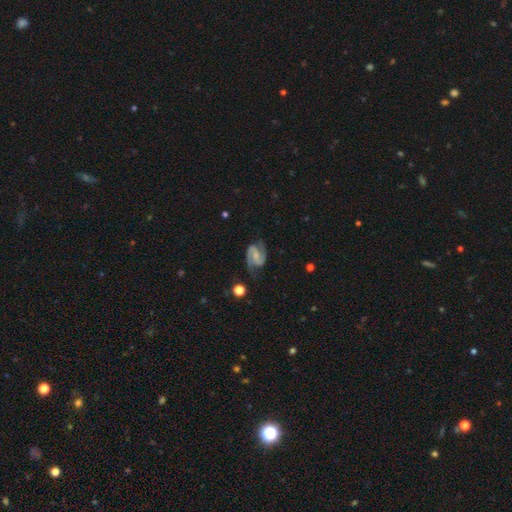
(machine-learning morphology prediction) A featured or disk galaxy (88%) with a weak bar (49%), 2 (93%) medium (56%) spiral arms (97%) and a small central bulge (44%). Merging: none (78%).